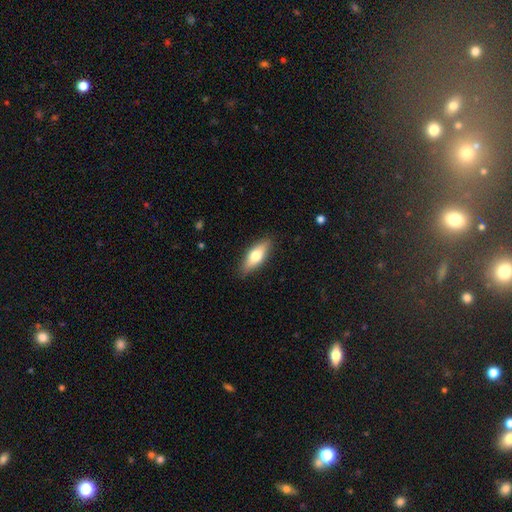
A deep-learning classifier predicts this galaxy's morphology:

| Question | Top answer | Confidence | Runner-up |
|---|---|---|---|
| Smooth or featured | smooth | 64% | featured or disk (30%) |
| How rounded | in between | 62% | cigar-shaped (35%) |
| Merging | none | 87% | minor disturbance (10%) |